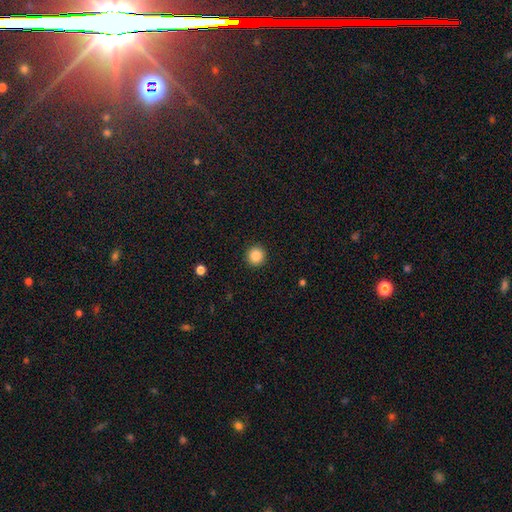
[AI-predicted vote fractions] Smooth or featured?
  - smooth: 86% *
  - star or artifact: 10%
  - featured or disk: 4%
How rounded?
  - round: 95% *
  - in between: 4%
  - cigar-shaped: 1%
Merging?
  - none: 93% *
  - minor disturbance: 5%
  - major disturbance: 2%
  - merger: 1%